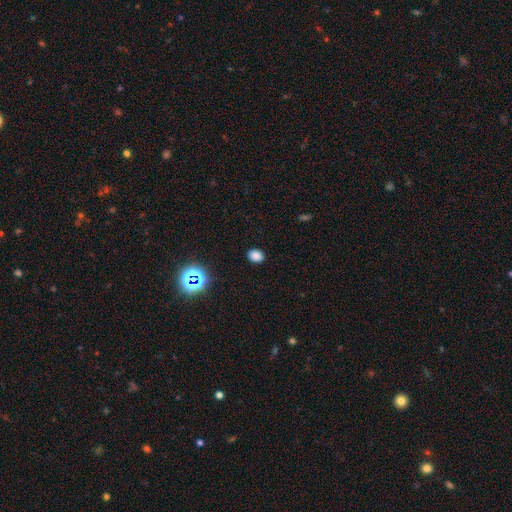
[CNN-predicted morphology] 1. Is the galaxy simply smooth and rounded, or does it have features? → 80% smooth, 16% star or artifact, 4% featured or disk.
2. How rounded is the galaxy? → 62% in between, 37% round, 1% cigar-shaped.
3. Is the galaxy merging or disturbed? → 89% none, 8% minor disturbance, 2% major disturbance, 1% merger.